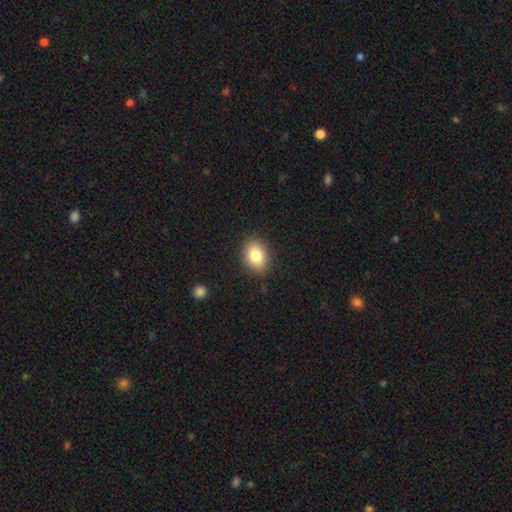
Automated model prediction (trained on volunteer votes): Morphology: type=smooth (83%); roundness=in between (67%); merging=none (87%).